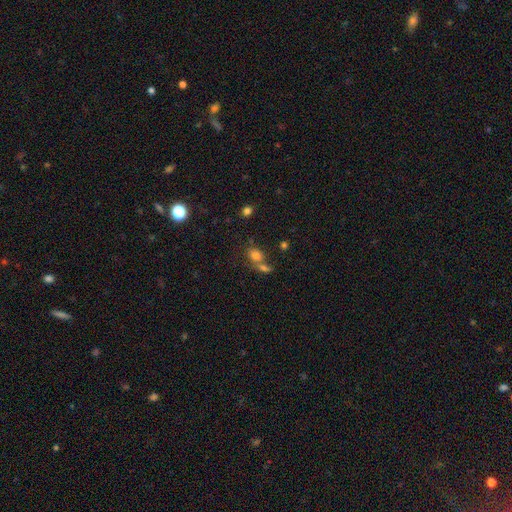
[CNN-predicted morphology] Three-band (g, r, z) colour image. It shows a smooth galaxy with no disk features (75%) that is in between round and cigar-shaped (56%). Merging: merger (45%).